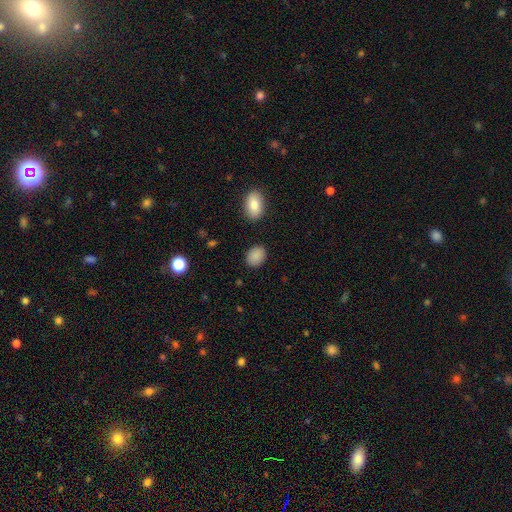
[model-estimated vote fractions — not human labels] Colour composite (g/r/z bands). It shows a smooth galaxy with no disk features (88%) that is in between round and cigar-shaped (61%). Merging: none (87%).